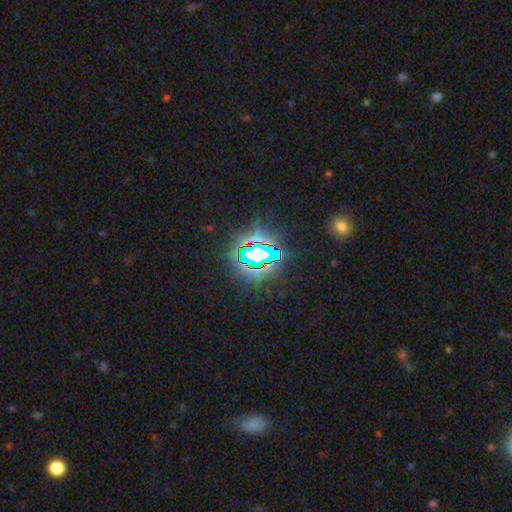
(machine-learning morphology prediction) This appears to be a star or artifact, not a galaxy (78%).